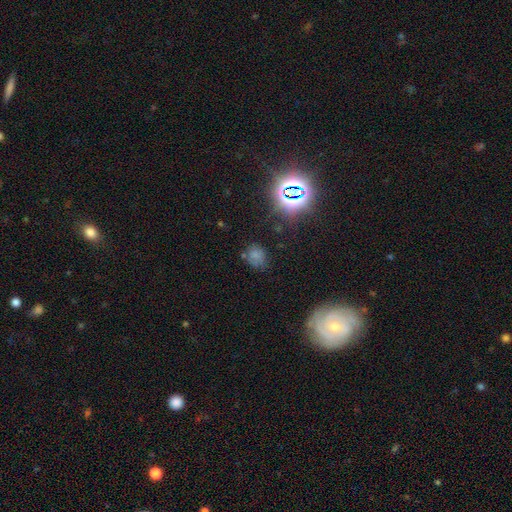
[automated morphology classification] Smooth or featured: smooth — 61% (star or artifact — 28%)
How rounded: round — 61% (in between — 38%)
Merging: none — 65% (minor disturbance — 22%)